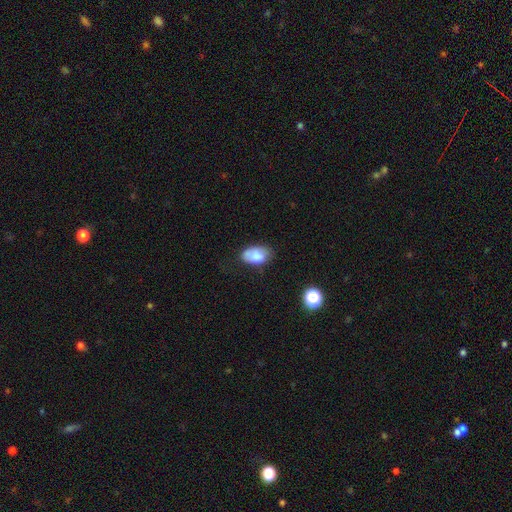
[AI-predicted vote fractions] Smooth or featured? Predicted: smooth (p=0.75). How rounded? Predicted: in between (p=0.91). Merging? Predicted: none (p=0.55).